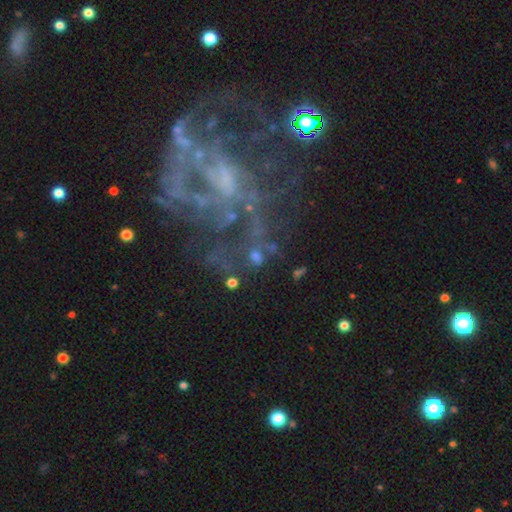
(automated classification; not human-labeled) Overall: featured or disk (56%; star or artifact 24%). Edge-on disk: no (96%). Bar: no (60%; weak 25%). Spiral arms: yes (59%; no 41%). Bulge size: small (35%; none 34%). Merging: none (52%; major disturbance 23%).